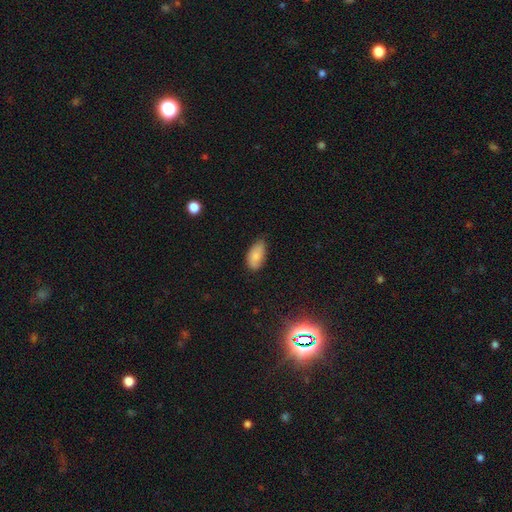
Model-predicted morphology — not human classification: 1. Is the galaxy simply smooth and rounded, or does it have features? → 81% smooth, 11% featured or disk, 8% star or artifact.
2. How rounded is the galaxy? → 93% in between, 4% cigar-shaped, 3% round.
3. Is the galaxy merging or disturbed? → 67% none, 28% minor disturbance, 4% major disturbance, 1% merger.